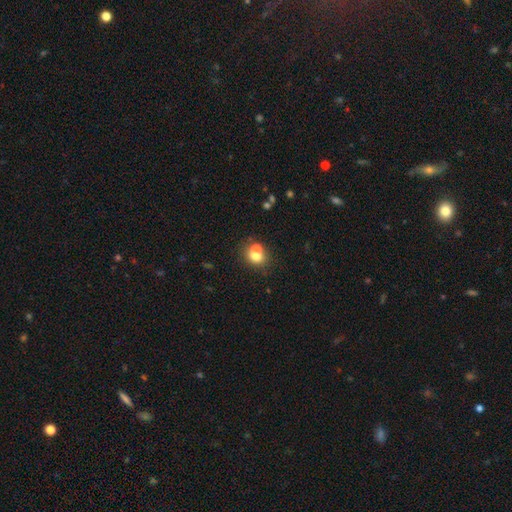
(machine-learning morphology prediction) A smooth galaxy with no disk features (69%) that is round (67%). Merging: merger (44%, tied with none).